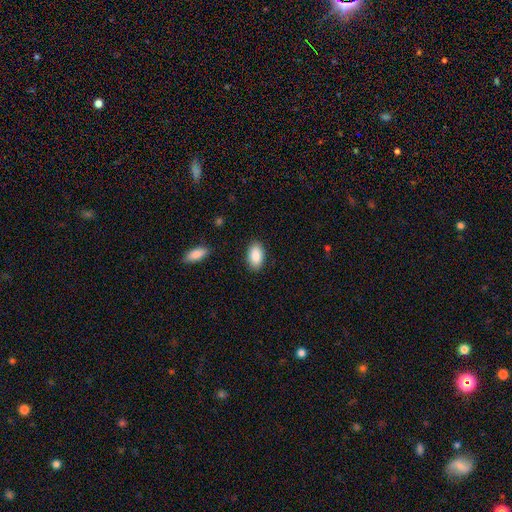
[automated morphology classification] A smooth galaxy with no disk features (89%) that is in between round and cigar-shaped (94%).

Vote fractions:
- Smooth or featured? smooth: 89% / star or artifact: 6% / featured or disk: 5%
- How rounded? in between: 94% / round: 4% / cigar-shaped: 2%
- Merging? none: 87% / minor disturbance: 10% / major disturbance: 2% / merger: 1%